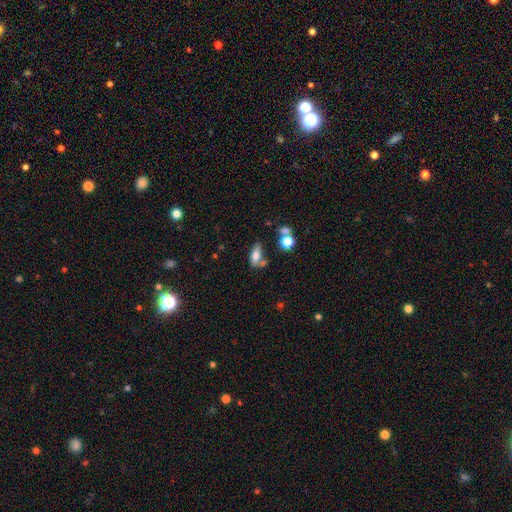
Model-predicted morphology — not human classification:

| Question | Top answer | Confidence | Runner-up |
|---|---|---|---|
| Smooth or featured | smooth | 69% | featured or disk (21%) |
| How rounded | in between | 72% | cigar-shaped (22%) |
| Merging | none | 54% | merger (21%) |